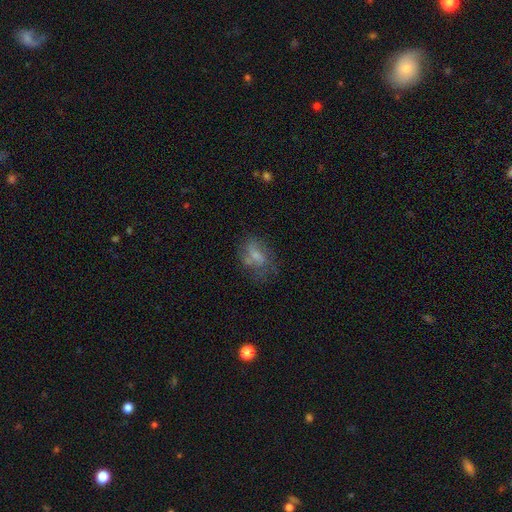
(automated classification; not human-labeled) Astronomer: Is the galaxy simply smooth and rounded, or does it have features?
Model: smooth — 49% (runner-up: featured or disk, 39%).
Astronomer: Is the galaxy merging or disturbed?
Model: none — 45% (runner-up: minor disturbance, 25%).